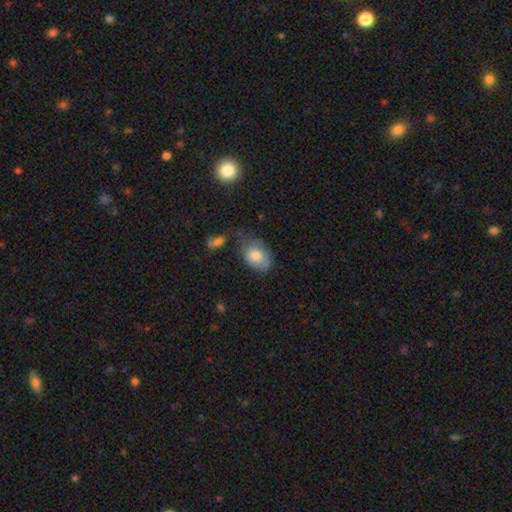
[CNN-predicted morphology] The model was most divided on "merging": none: 48%, minor disturbance: 34%, major disturbance: 12%, merger: 6%. More confident: how rounded — in between (78%); smooth or featured — smooth (78%).